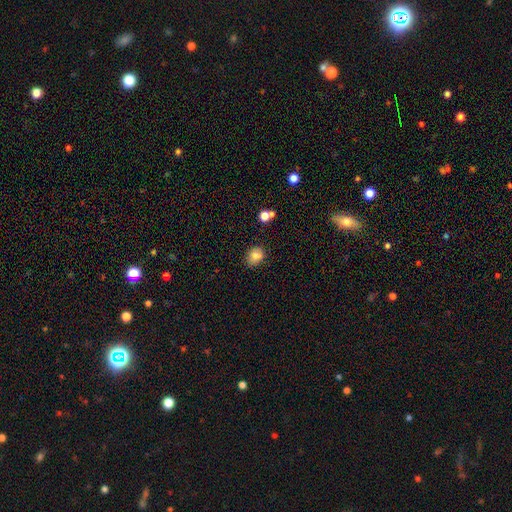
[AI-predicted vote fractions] This is likely a smooth galaxy (78%). How rounded: possibly in between (55%). Merging: likely none (71%).